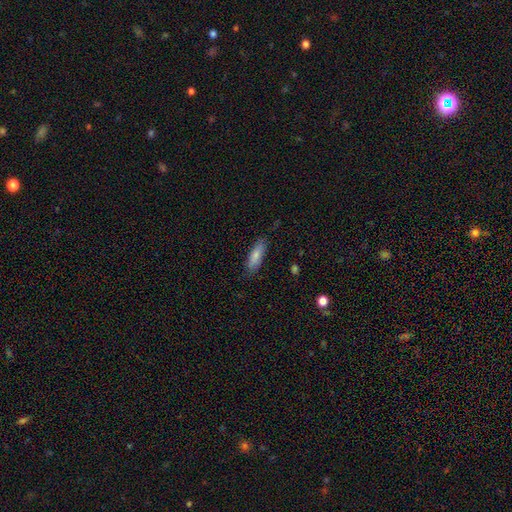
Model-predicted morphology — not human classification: This is likely a smooth galaxy (80%). How rounded: possibly in between (50%). Merging: clearly none (80%).